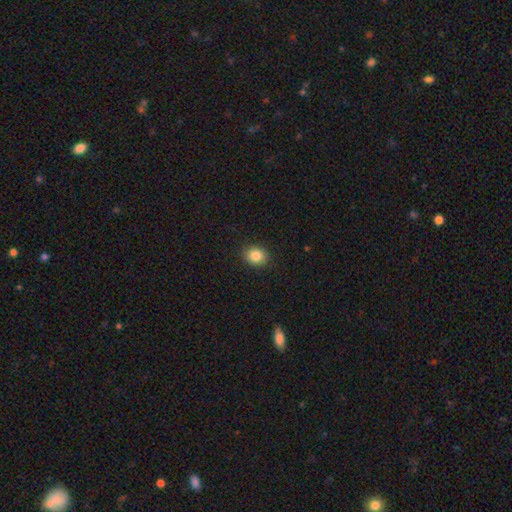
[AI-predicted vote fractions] This is clearly a smooth galaxy (84%). How rounded: likely round (67%). Merging: clearly none (90%).